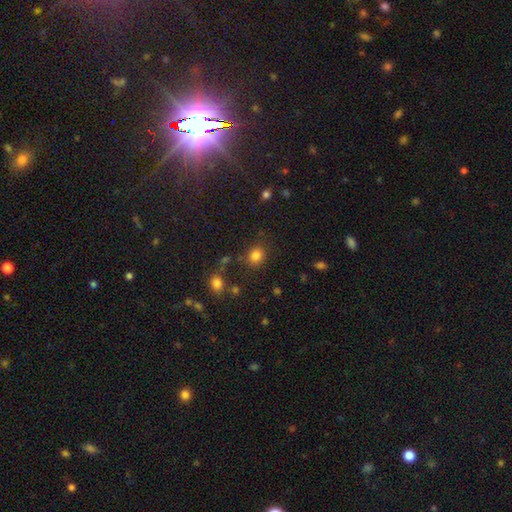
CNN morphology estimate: smooth 82%, star or artifact 13%, featured or disk 5%. Down the decision tree: how rounded — round (73%); merging — none (80%).